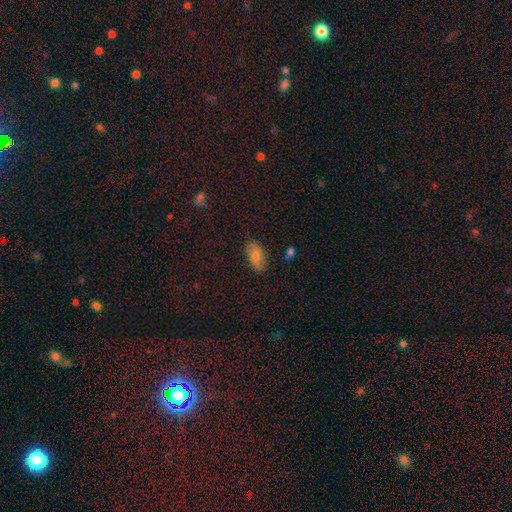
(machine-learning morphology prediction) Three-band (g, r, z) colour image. It shows a smooth galaxy with no disk features (67%) that is in between round and cigar-shaped (92%). Merging: none (79%).